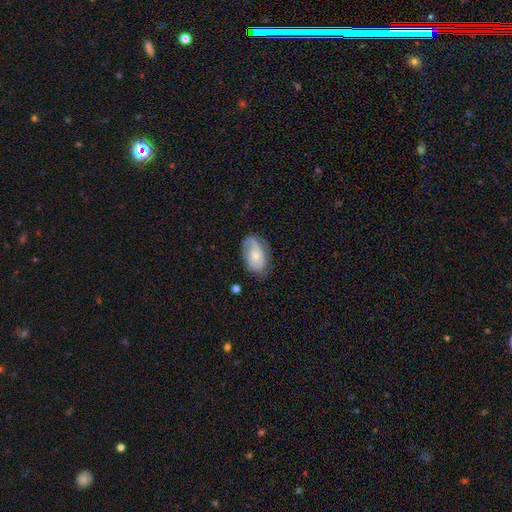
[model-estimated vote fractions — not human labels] This appears to be a smooth galaxy with no disk features (50%) that is in between round and cigar-shaped (90%). Merging: none (65%).